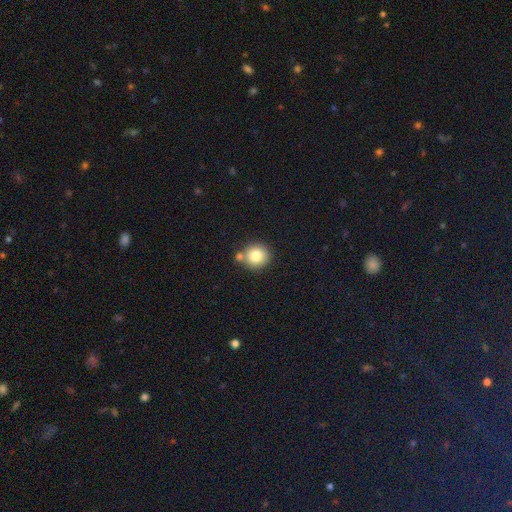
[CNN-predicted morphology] Smooth or featured? Predicted: smooth (p=0.80). How rounded? Predicted: round (p=0.92). Merging? Predicted: none (p=0.70).